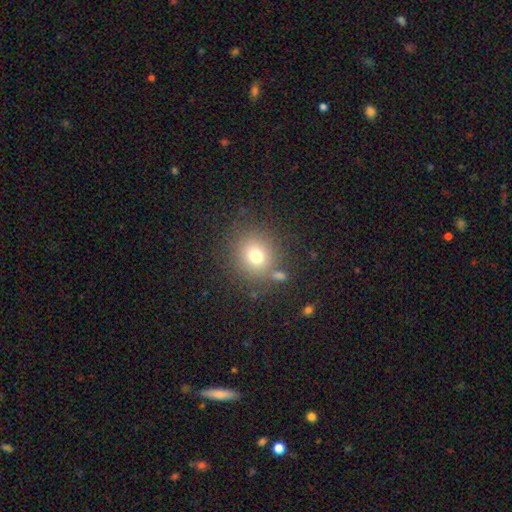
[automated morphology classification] A smooth galaxy with no disk features (73%) that is round (87%).

Vote fractions:
- Smooth or featured? smooth: 73% / star or artifact: 15% / featured or disk: 12%
- How rounded? round: 87% / in between: 12% / cigar-shaped: 1%
- Merging? none: 78% / minor disturbance: 10% / merger: 7% / major disturbance: 5%